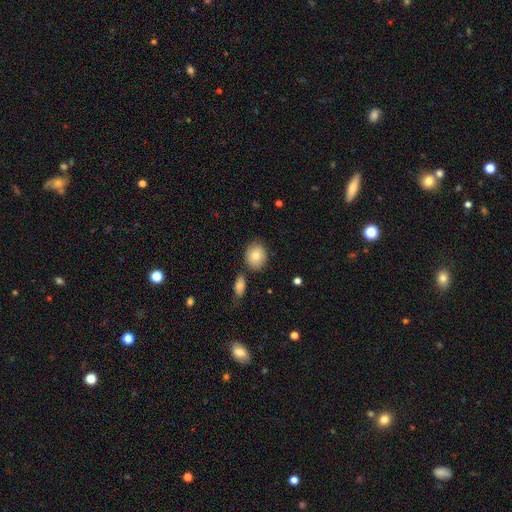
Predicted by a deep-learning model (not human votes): smooth 78%, featured or disk 14%, star or artifact 8%. Down the decision tree: how rounded — round (62%); merging — none (75%).